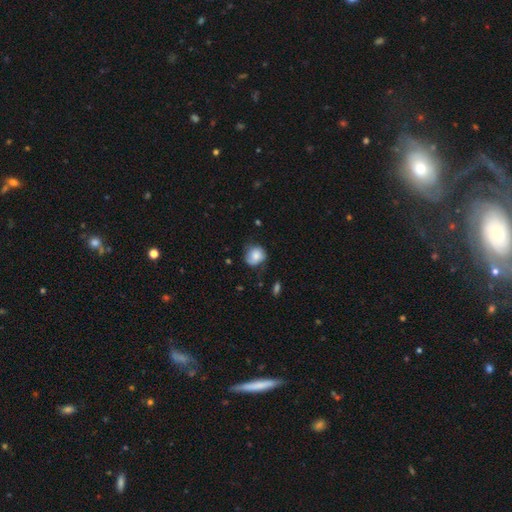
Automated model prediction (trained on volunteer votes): Smooth or featured? smooth (70%)
How rounded? round (73%)
Merging? none (54%)